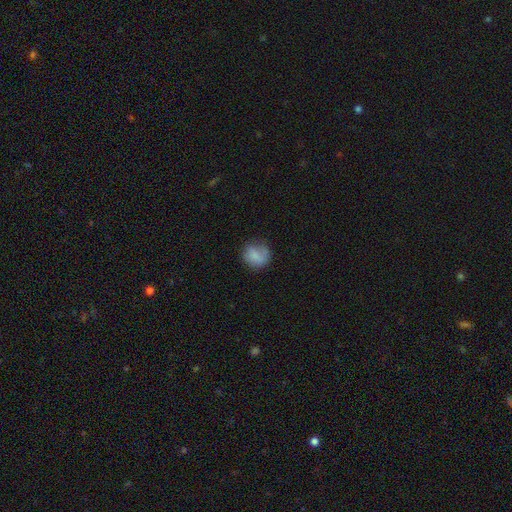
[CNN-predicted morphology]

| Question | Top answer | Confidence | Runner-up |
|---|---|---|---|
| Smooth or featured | smooth | 75% | featured or disk (17%) |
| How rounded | round | 79% | in between (20%) |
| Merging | none | 59% | minor disturbance (25%) |